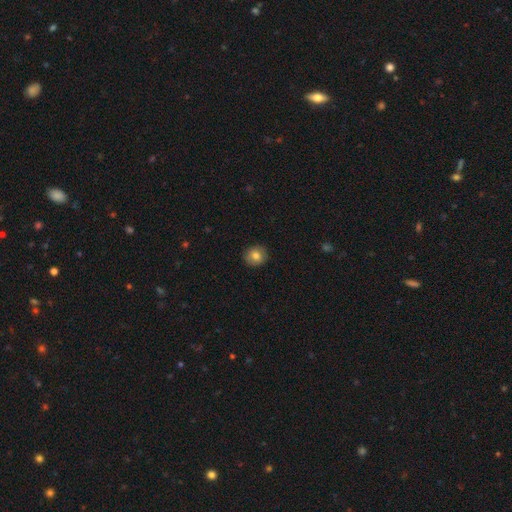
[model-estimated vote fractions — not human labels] This is likely a smooth galaxy (80%). How rounded: clearly round (86%). Merging: clearly none (89%).